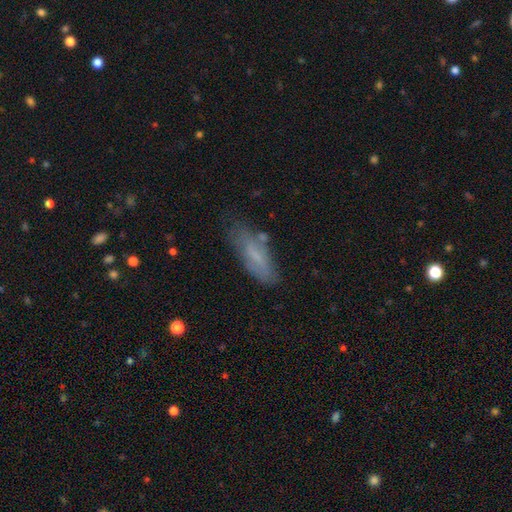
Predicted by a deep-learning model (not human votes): Smooth or featured?
  - smooth: 62% *
  - featured or disk: 29%
  - star or artifact: 8%
How rounded?
  - in between: 55% *
  - cigar-shaped: 43%
  - round: 2%
Merging?
  - none: 67% *
  - minor disturbance: 23%
  - major disturbance: 7%
  - merger: 3%